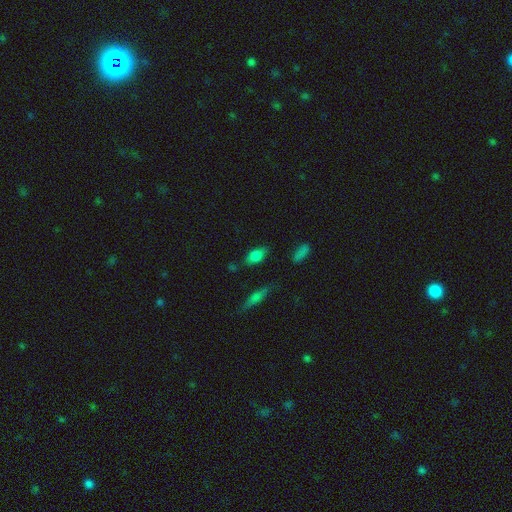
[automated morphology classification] smooth 76%, featured or disk 13%, star or artifact 10%. Down the decision tree: how rounded — in between (84%); merging — none (77%).